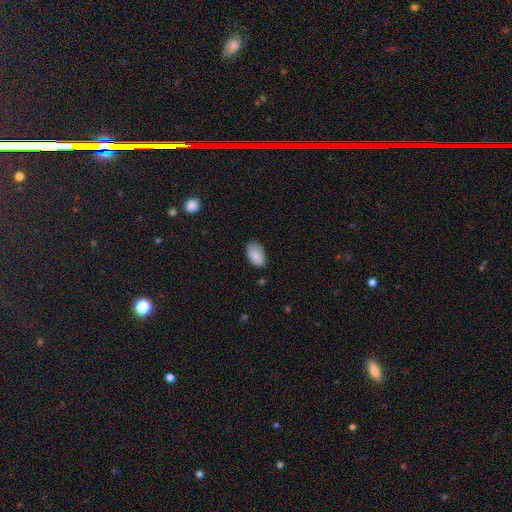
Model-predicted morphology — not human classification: This appears to be a smooth galaxy with no disk features (88%) that is in between round and cigar-shaped (94%). Merging: none (72%).